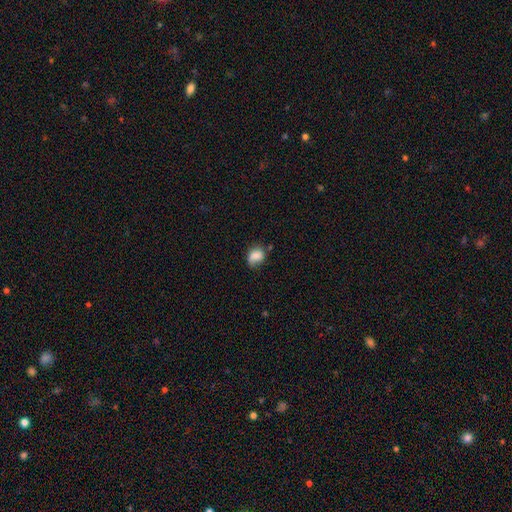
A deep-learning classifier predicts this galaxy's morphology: Smooth or featured: smooth — 78% (featured or disk — 13%)
How rounded: in between — 55% (round — 44%)
Merging: none — 48% (minor disturbance — 34%)